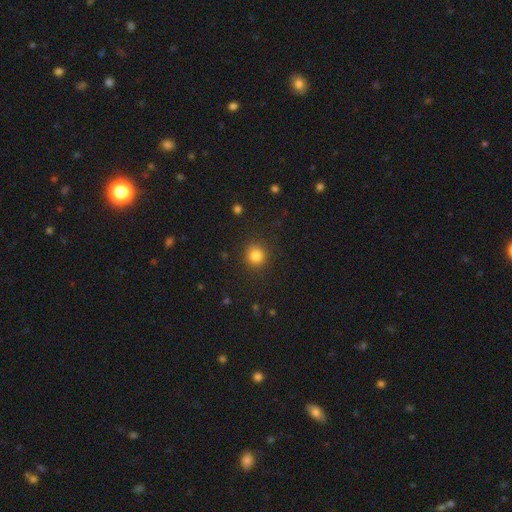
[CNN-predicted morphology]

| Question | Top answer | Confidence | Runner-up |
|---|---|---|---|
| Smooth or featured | smooth | 83% | star or artifact (12%) |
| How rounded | round | 90% | in between (9%) |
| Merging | none | 89% | minor disturbance (7%) |